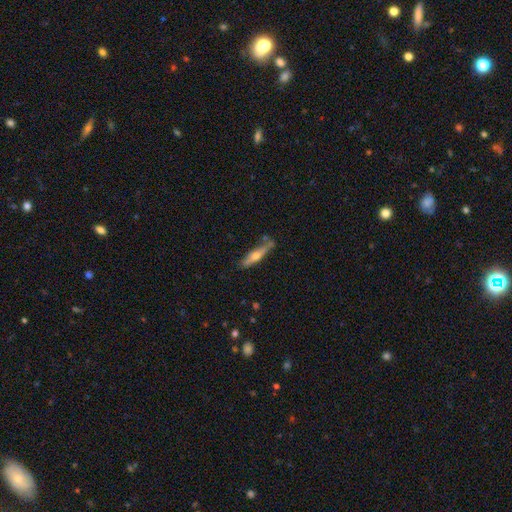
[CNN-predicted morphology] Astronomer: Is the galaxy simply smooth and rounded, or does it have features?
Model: featured or disk — 49% (runner-up: smooth, 45%).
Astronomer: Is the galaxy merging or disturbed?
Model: none — 72%.